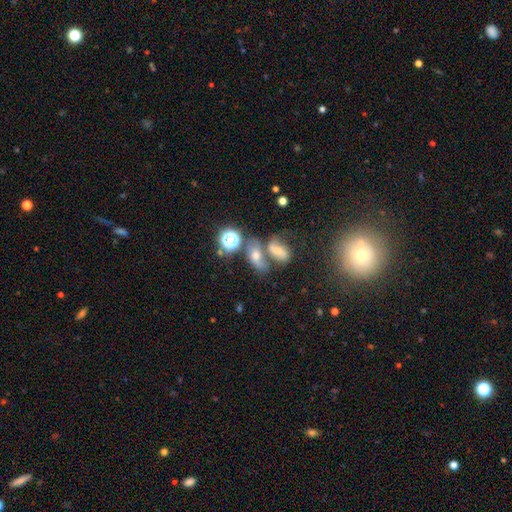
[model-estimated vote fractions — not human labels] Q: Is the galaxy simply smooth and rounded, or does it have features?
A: smooth — 38%.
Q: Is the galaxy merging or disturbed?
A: merger — 46%.